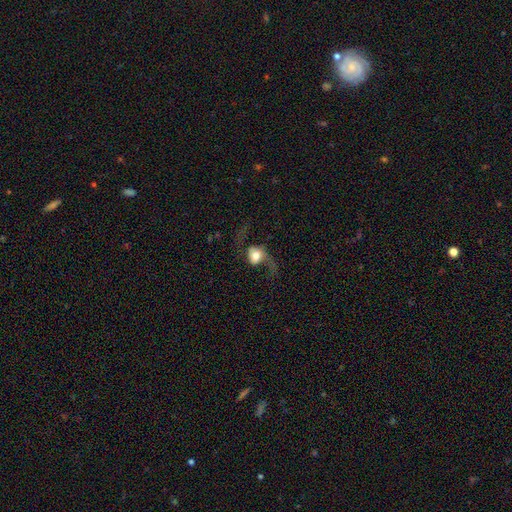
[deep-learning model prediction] This is possibly a featured or disk galaxy (58%). It is clearly not viewed edge-on (94%). Bar: likely no (67%). Spiral arm pattern: clearly yes (85%). Central bulge: marginally moderate (40%). Merging: possibly none (45%).